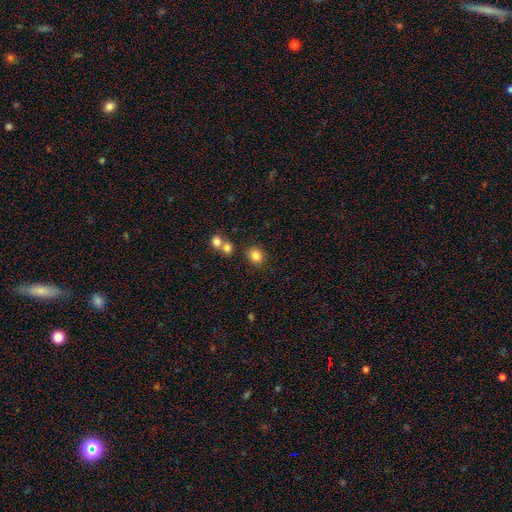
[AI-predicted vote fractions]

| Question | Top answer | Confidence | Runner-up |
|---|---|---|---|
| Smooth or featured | smooth | 83% | star or artifact (11%) |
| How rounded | round | 77% | in between (22%) |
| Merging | none | 78% | merger (11%) |